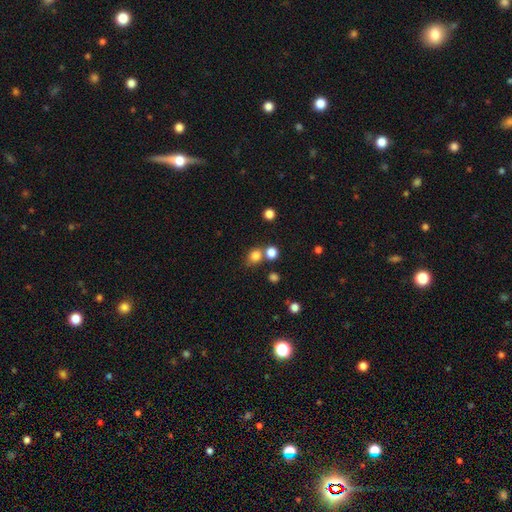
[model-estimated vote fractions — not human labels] Overall: smooth (79%). How rounded: round (74%). Merging: none (61%; merger 24%).